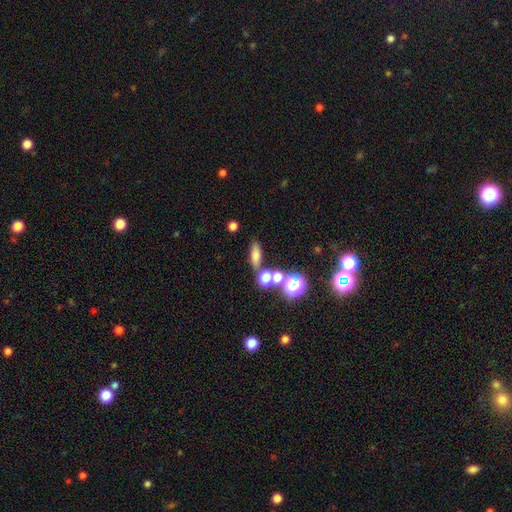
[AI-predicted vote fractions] Smooth or featured? smooth (67%)
How rounded? in between (54%)
Merging? none (64%)